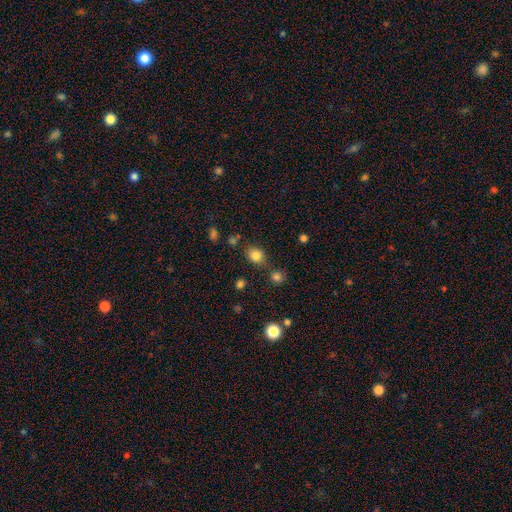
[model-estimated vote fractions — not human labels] Smooth or featured: smooth — 81% (star or artifact — 13%)
How rounded: round — 59% (in between — 40%)
Merging: none — 75% (minor disturbance — 13%)